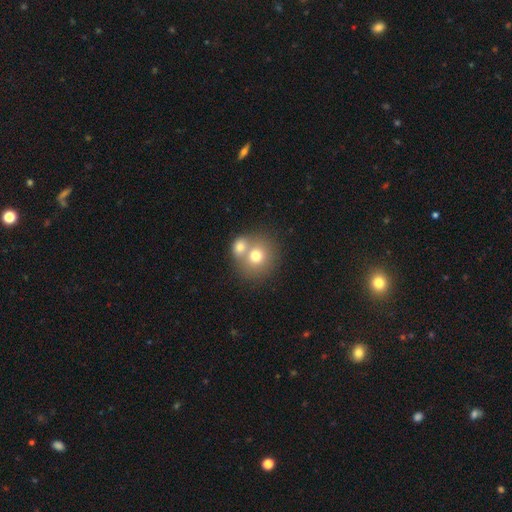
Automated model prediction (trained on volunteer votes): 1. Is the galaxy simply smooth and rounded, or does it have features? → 71% smooth, 18% featured or disk, 11% star or artifact.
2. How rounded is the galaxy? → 80% round, 19% in between, 1% cigar-shaped.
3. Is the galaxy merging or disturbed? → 52% merger, 39% none, 7% minor disturbance, 3% major disturbance.